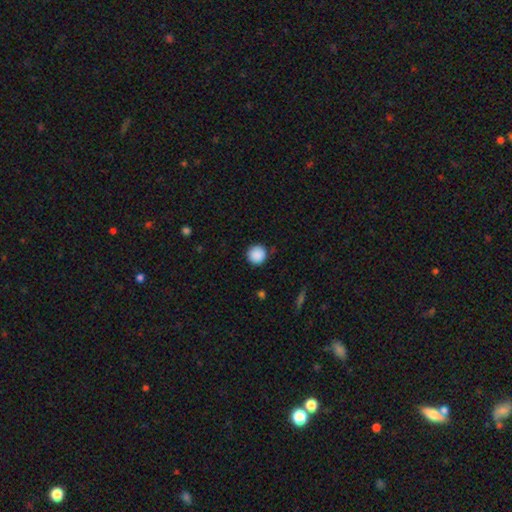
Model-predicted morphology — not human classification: Smooth or featured: smooth — 89% (star or artifact — 8%)
How rounded: round — 95% (in between — 4%)
Merging: none — 89% (minor disturbance — 7%)